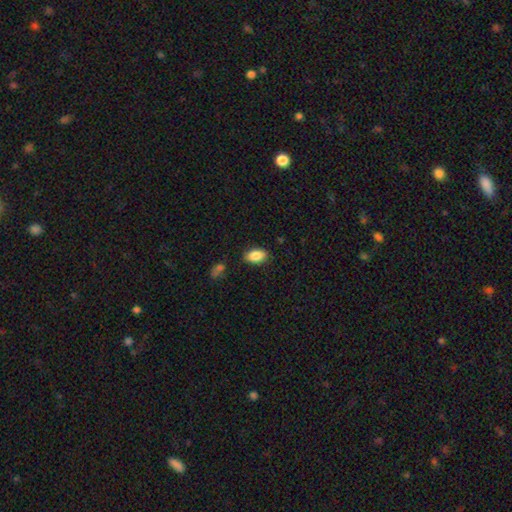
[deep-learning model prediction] A smooth galaxy with no disk features (86%) that is in between round and cigar-shaped (91%).

Vote fractions:
- Smooth or featured? smooth: 86% / star or artifact: 7% / featured or disk: 6%
- How rounded? in between: 91% / round: 7% / cigar-shaped: 2%
- Merging? none: 85% / minor disturbance: 11% / major disturbance: 3% / merger: 2%